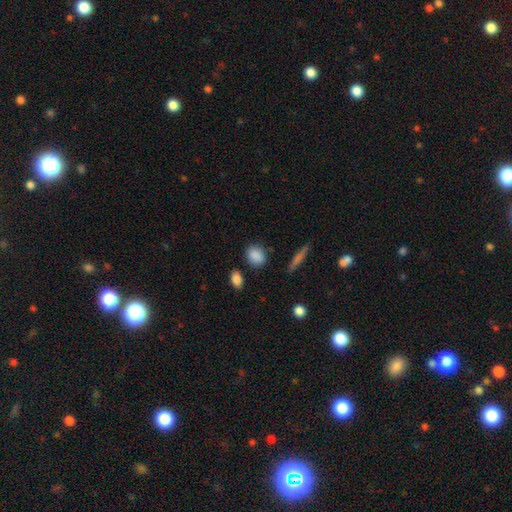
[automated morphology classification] The model was most divided on "how rounded": in between: 57%, round: 40%, cigar-shaped: 3%. More confident: smooth or featured — smooth (88%); merging — none (82%).